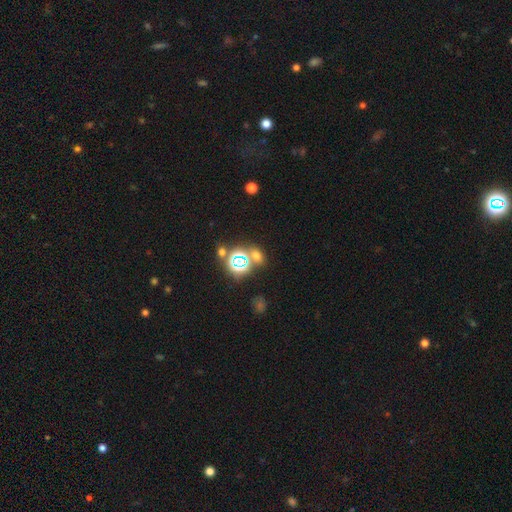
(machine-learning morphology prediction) smooth 47%, star or artifact 45%, featured or disk 9%. Down the decision tree: merging — none (65%).